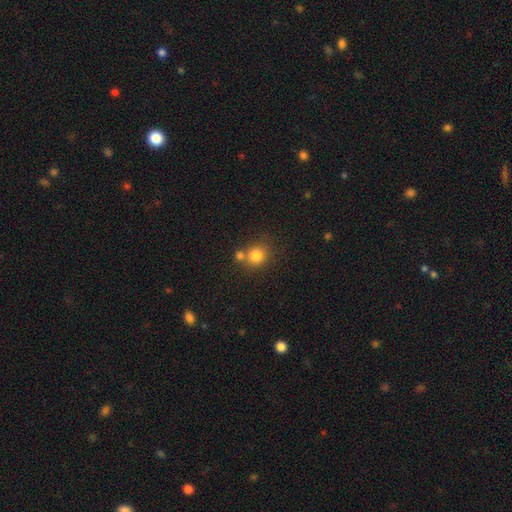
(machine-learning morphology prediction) This is clearly a smooth galaxy (81%). How rounded: clearly round (86%). Merging: possibly none (57%).